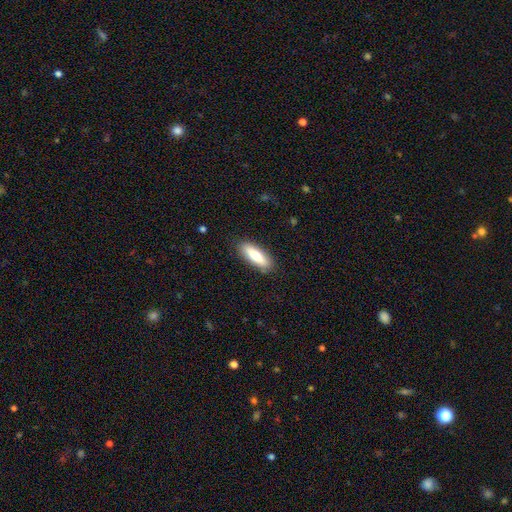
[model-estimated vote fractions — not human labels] Morphology: type=smooth (75%); roundness=in between (55%); merging=none (88%).